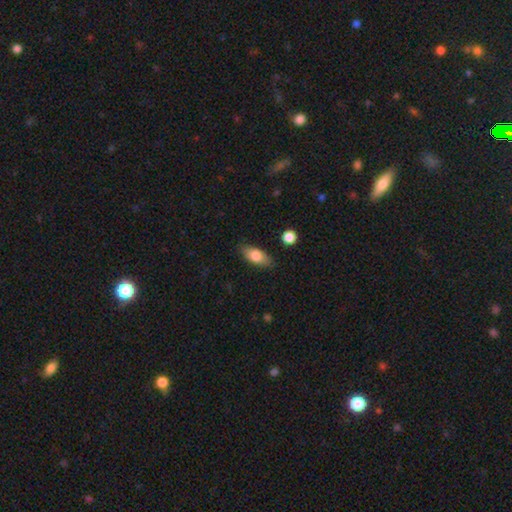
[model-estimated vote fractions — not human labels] Smooth or featured?
  - smooth: 78% *
  - featured or disk: 15%
  - star or artifact: 7%
How rounded?
  - in between: 85% *
  - cigar-shaped: 11%
  - round: 4%
Merging?
  - none: 83% *
  - minor disturbance: 13%
  - major disturbance: 3%
  - merger: 2%